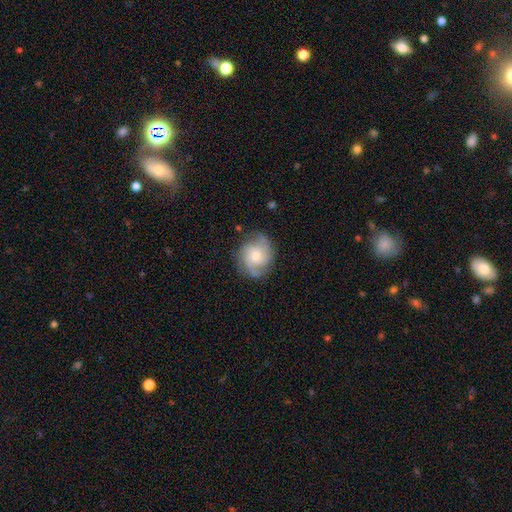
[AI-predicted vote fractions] Smooth or featured? Predicted: featured or disk (p=0.78). Edge-on disk? Predicted: no (p=0.98). Bar? Predicted: no (p=0.67). Spiral arms? Predicted: yes (p=0.96). Spiral winding? Predicted: medium (p=0.48). Spiral arm count? Predicted: 3 (p=0.40). Bulge size? Predicted: moderate (p=0.54). Merging? Predicted: none (p=0.77).